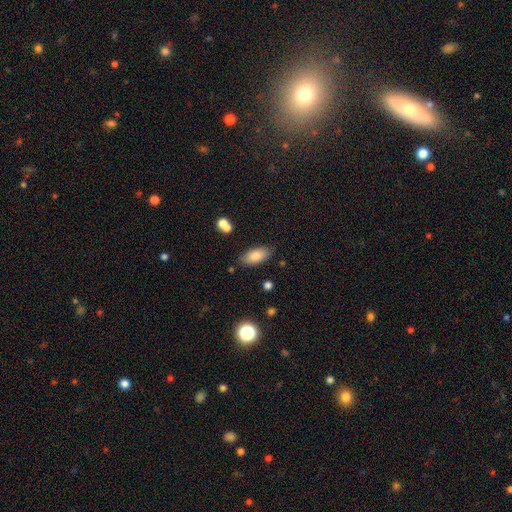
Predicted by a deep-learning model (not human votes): Q: Smooth or featured?
A: smooth (82%); runner-up: featured or disk (10%)
Q: How rounded?
A: in between (89%); runner-up: cigar-shaped (9%)
Q: Merging?
A: none (82%); runner-up: minor disturbance (12%)